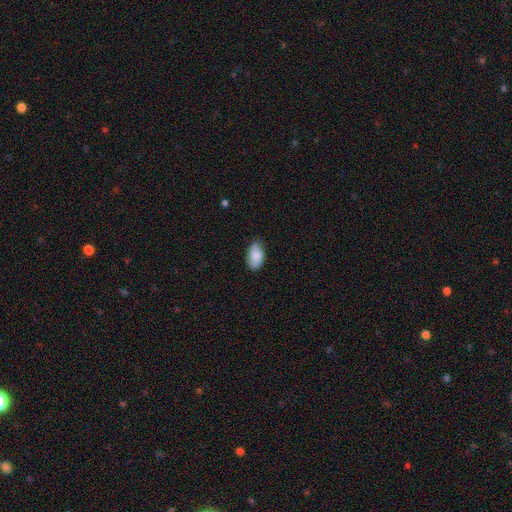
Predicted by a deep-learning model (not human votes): A smooth galaxy with no disk features (86%) that is in between round and cigar-shaped (94%).

Vote fractions:
- Smooth or featured? smooth: 86% / featured or disk: 8% / star or artifact: 6%
- How rounded? in between: 94% / round: 4% / cigar-shaped: 2%
- Merging? none: 77% / minor disturbance: 19% / major disturbance: 3% / merger: 1%